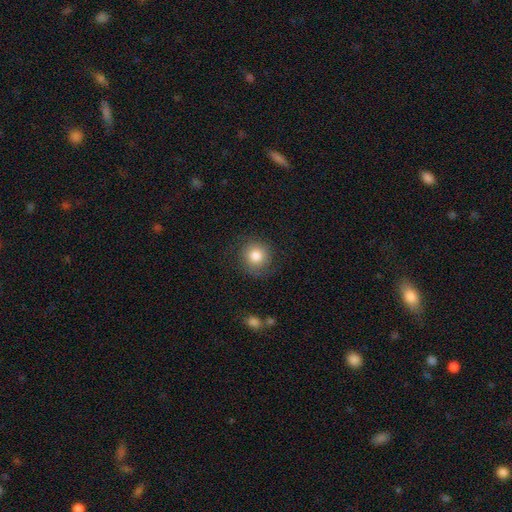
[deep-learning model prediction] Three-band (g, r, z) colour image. It shows a smooth galaxy with no disk features (81%) that is round (89%). Merging: none (80%).